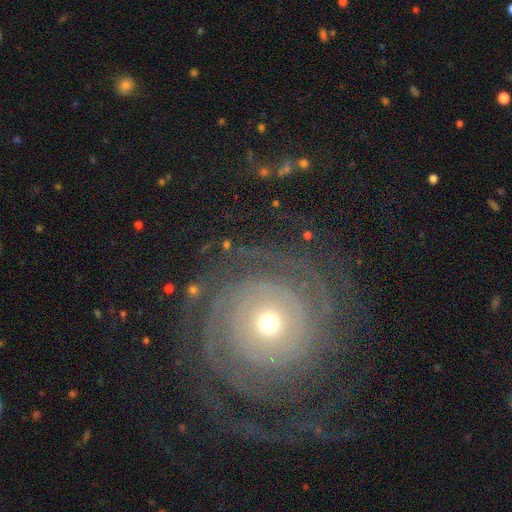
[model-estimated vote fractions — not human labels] Smooth or featured?
  - featured or disk: 85% *
  - star or artifact: 8%
  - smooth: 7%
Edge-on disk?
  - no: 97% *
  - yes: 3%
Bar?
  - no: 80% *
  - weak: 13%
  - strong: 7%
Spiral arms?
  - yes: 96% *
  - no: 4%
Spiral winding?
  - tight: 85% *
  - medium: 12%
  - loose: 3%
Spiral arm count?
  - can't tell: 26% *
  - 2: 23%
  - more than 4: 15%
  - 3: 15%
  - 4: 13%
  - 1: 8%
Bulge size?
  - moderate: 49% *
  - small: 45%
  - large: 4%
  - dominant: 1%
  - none: 1%
Merging?
  - none: 79% *
  - minor disturbance: 11%
  - major disturbance: 9%
  - merger: 1%